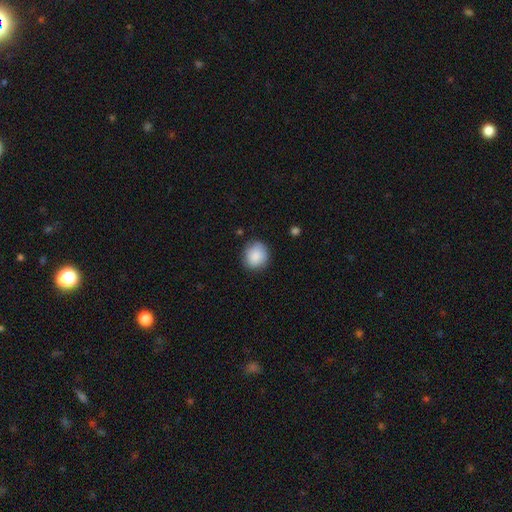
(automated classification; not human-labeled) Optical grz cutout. It shows a smooth galaxy with no disk features (88%) that is round (82%). Merging: none (84%).